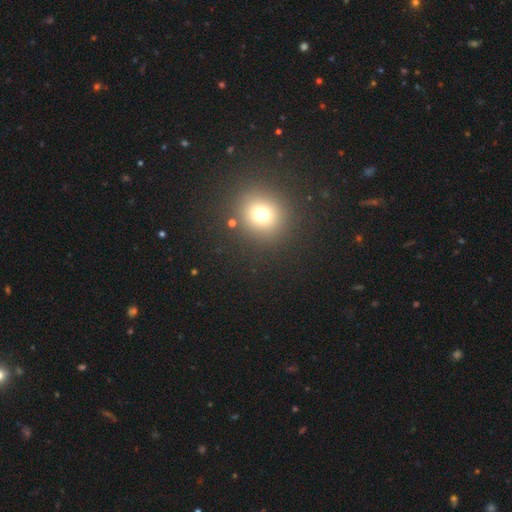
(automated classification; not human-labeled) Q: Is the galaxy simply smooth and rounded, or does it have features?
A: smooth — 60%.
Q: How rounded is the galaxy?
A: round — 87%.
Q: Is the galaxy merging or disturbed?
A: none — 92%.